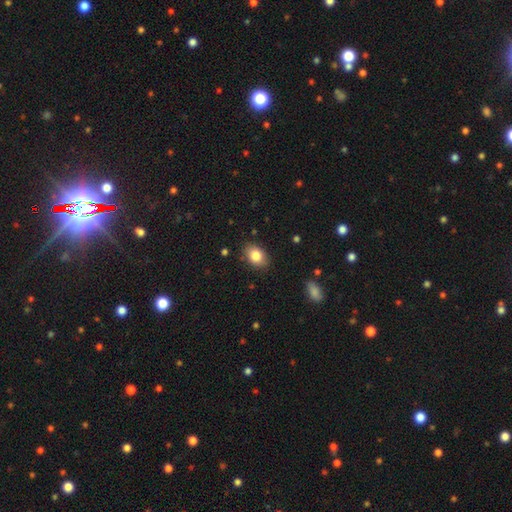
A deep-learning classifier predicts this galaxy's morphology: Smooth or featured?
  - smooth: 83% *
  - featured or disk: 9%
  - star or artifact: 8%
How rounded?
  - in between: 78% *
  - round: 20%
  - cigar-shaped: 1%
Merging?
  - none: 85% *
  - minor disturbance: 11%
  - major disturbance: 3%
  - merger: 1%